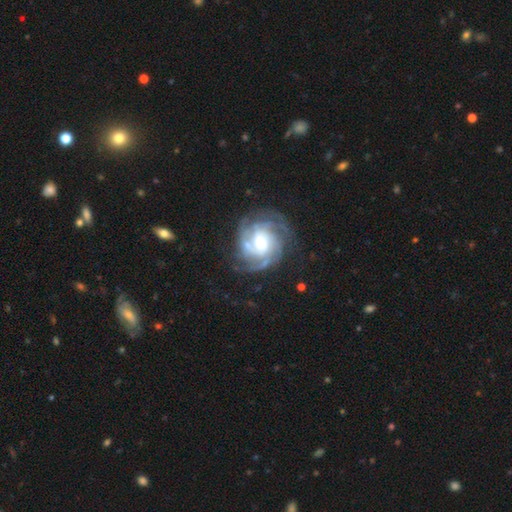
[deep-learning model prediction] Morphology: type=featured or disk (87%); edge-on=no (98%); bar=no (57%); spiral arms=yes (97%); winding=tight (68%); arm count=3 (32%); bulge=moderate (57%); merging=none (73%).